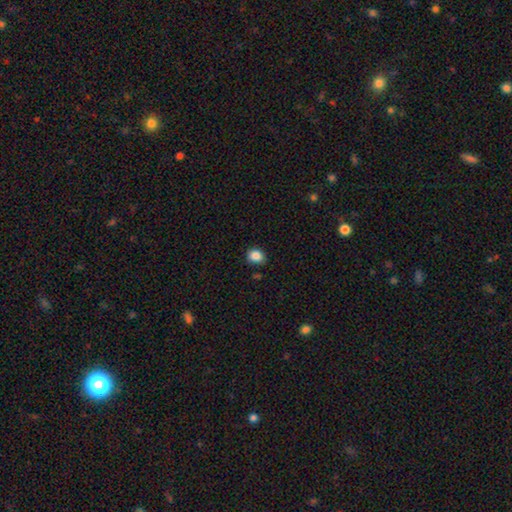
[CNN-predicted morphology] The model was most divided on "how rounded": round: 60%, in between: 40%, cigar-shaped: 1%. More confident: smooth or featured — smooth (86%); merging — none (86%).